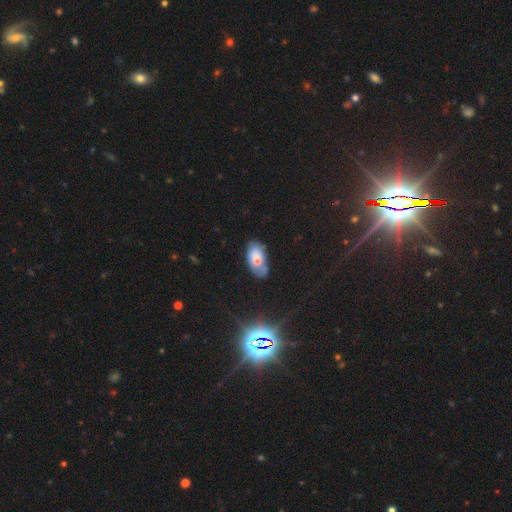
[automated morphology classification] Smooth or featured? Predicted: smooth (p=0.65). How rounded? Predicted: in between (p=0.93). Merging? Predicted: none (p=0.58).